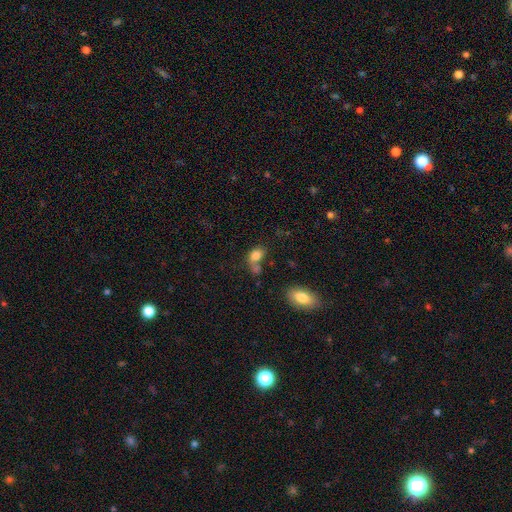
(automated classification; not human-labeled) A smooth galaxy with no disk features (80%) that is in between round and cigar-shaped (73%).

Vote fractions:
- Smooth or featured? smooth: 80% / star or artifact: 10% / featured or disk: 9%
- How rounded? in between: 73% / round: 25% / cigar-shaped: 2%
- Merging? none: 39% / merger: 37% / minor disturbance: 15% / major disturbance: 8%